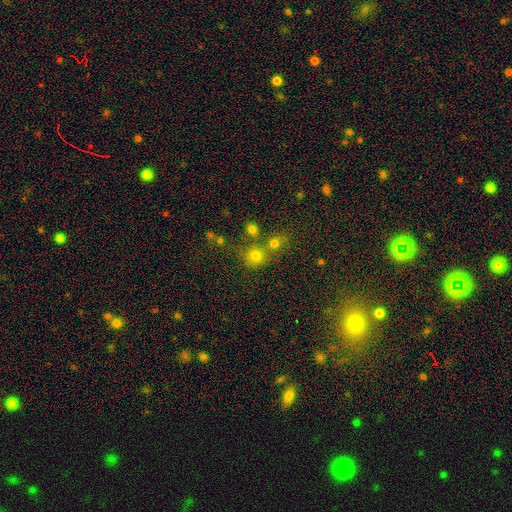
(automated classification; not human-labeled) The model was most divided on "merging": none: 57%, merger: 31%, minor disturbance: 8%, major disturbance: 4%. More confident: how rounded — round (87%); smooth or featured — smooth (73%).